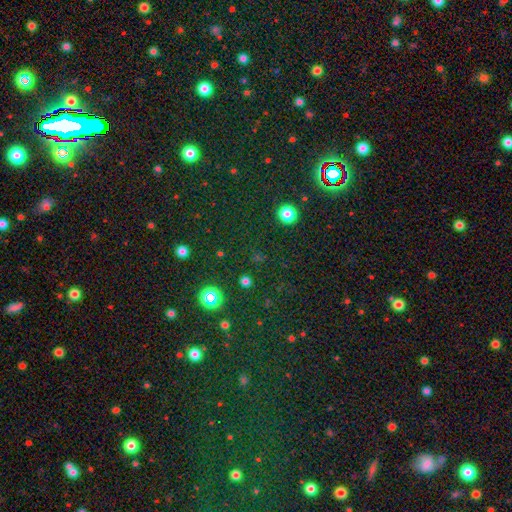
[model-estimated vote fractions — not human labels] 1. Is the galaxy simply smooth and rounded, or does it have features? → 71% star or artifact, 22% smooth, 7% featured or disk.